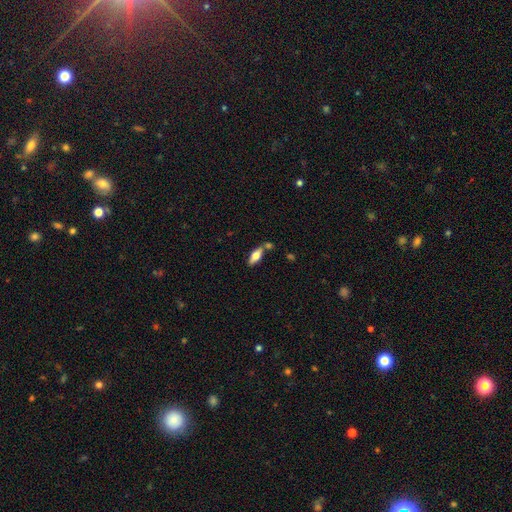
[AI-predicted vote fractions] The model was most divided on "smooth or featured": smooth: 60%, featured or disk: 33%, star or artifact: 6%. More confident: how rounded — in between (71%); merging — none (68%).